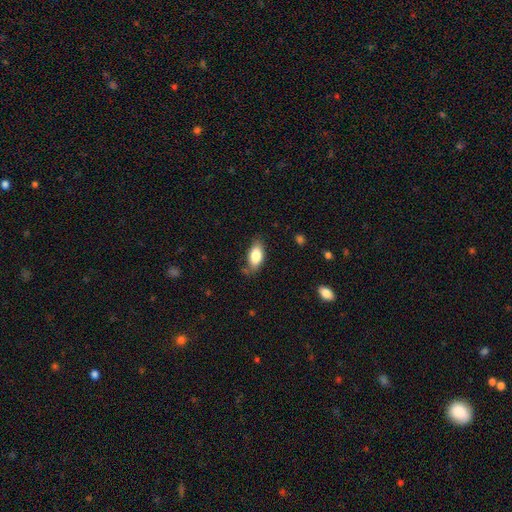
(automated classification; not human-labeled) Q: Smooth or featured?
A: smooth (81%); runner-up: featured or disk (12%)
Q: How rounded?
A: in between (89%); runner-up: cigar-shaped (7%)
Q: Merging?
A: none (70%); runner-up: minor disturbance (22%)